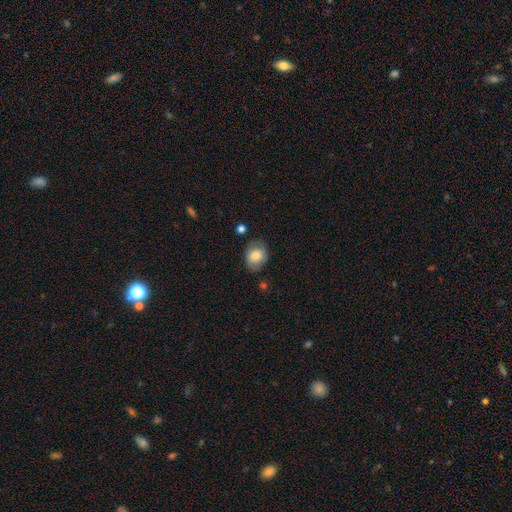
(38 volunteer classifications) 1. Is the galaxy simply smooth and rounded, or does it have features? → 74% smooth, 21% featured or disk, 5% star or artifact.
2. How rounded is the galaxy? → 57% round, 39% in between, 4% cigar-shaped.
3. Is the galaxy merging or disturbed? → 61% none, 19% minor disturbance, 14% major disturbance, 6% merger.